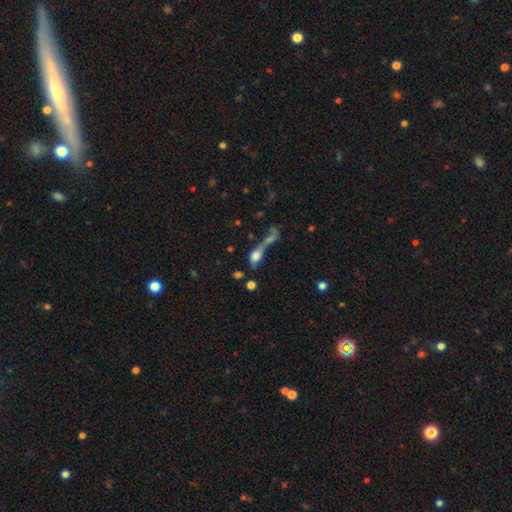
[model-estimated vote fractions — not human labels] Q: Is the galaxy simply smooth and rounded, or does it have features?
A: smooth — 58%.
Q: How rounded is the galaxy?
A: in between — 57%.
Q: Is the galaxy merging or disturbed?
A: merger — 52%.